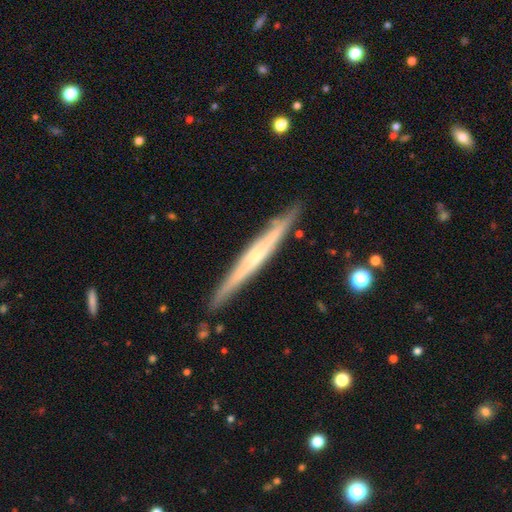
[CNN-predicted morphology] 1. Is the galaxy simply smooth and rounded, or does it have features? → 68% featured or disk, 26% smooth, 6% star or artifact.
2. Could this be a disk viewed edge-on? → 96% yes, 4% no.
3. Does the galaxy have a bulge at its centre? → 47% none, 46% rounded, 7% boxy.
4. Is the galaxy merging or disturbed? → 88% none, 9% minor disturbance, 2% major disturbance, 1% merger.